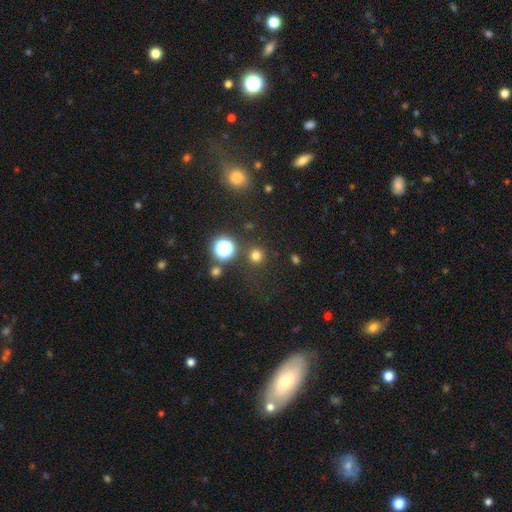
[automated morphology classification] A smooth galaxy with no disk features (73%) that is round (93%). Merging: none (87%).